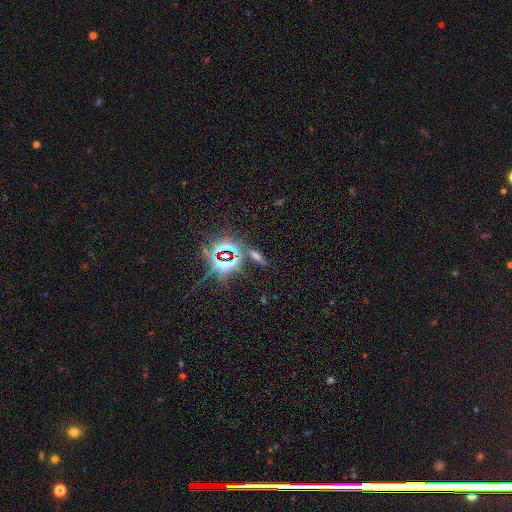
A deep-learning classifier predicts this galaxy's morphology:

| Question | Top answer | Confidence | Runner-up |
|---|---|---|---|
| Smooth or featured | star or artifact | 47% | smooth (35%) |